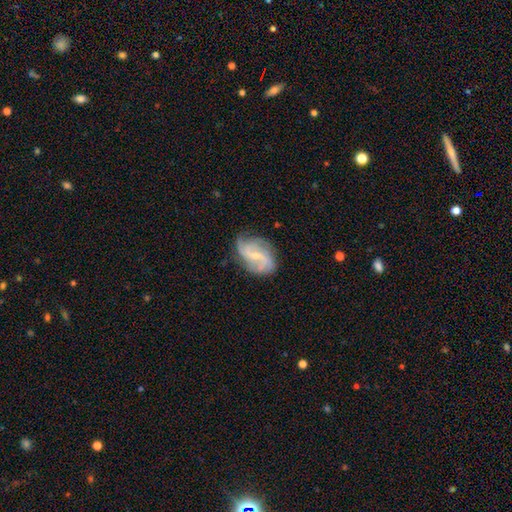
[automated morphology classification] smooth_or_featured: featured or disk (p=0.82) [alt: smooth p=0.11]
disk_edge_on: no (p=0.97) [alt: yes p=0.03]
bar: weak (p=0.49) [alt: no p=0.36]
has_spiral_arms: yes (p=0.95) [alt: no p=0.05]
spiral_winding: medium (p=0.41) [alt: loose p=0.40]
spiral_arm_count: 2 (p=0.40) [alt: 3 p=0.26]
bulge_size: small (p=0.68) [alt: moderate p=0.25]
merging: none (p=0.69) [alt: minor disturbance p=0.22]